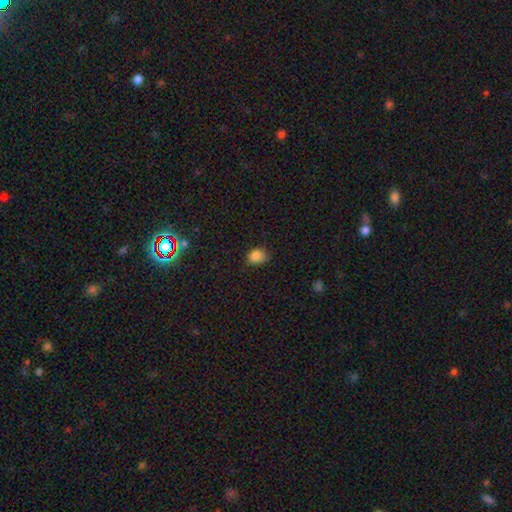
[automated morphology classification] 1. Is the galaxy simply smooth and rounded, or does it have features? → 83% smooth, 12% star or artifact, 5% featured or disk.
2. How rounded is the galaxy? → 56% in between, 43% round, 1% cigar-shaped.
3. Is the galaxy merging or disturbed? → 68% none, 26% minor disturbance, 5% major disturbance, 2% merger.